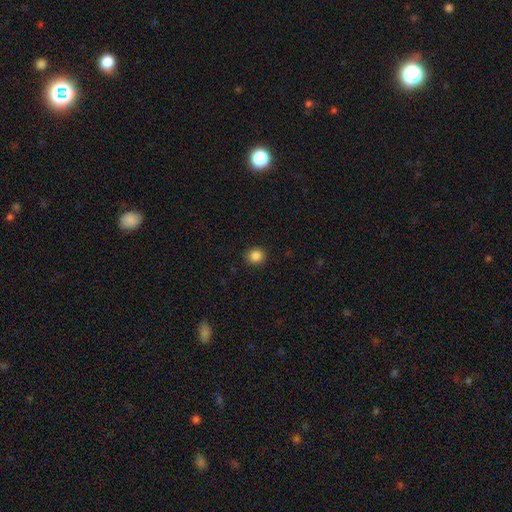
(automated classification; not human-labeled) Smooth or featured: smooth — 86% (star or artifact — 11%)
How rounded: round — 87% (in between — 12%)
Merging: none — 91% (minor disturbance — 6%)